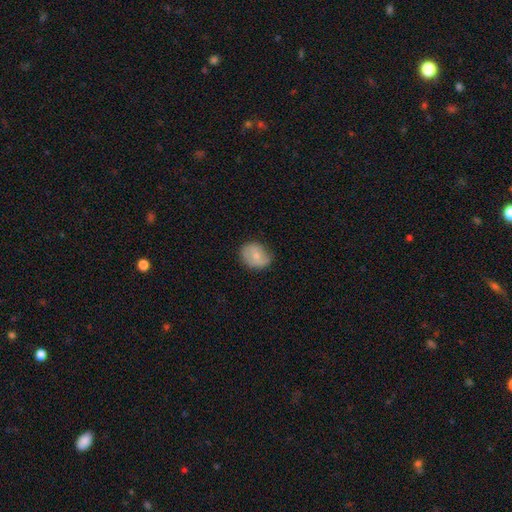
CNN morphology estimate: Overall: smooth (63%; featured or disk 30%). How rounded: round (50%; in between 49%). Merging: none (68%).